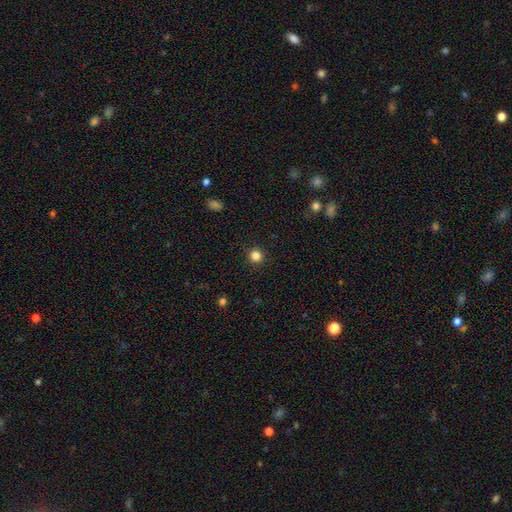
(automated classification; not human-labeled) Overall: smooth (83%). How rounded: round (95%). Merging: none (93%).